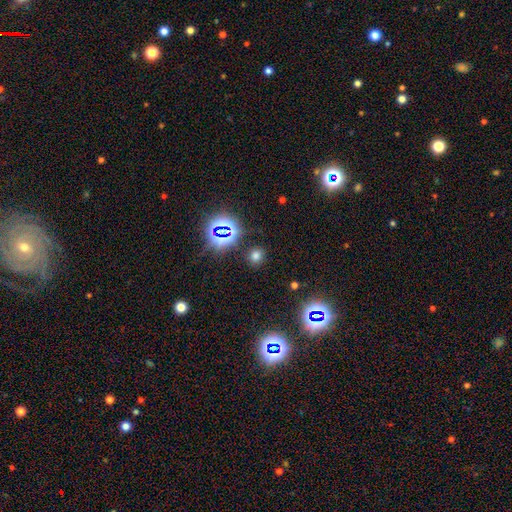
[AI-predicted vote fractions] Morphology: type=smooth (65%); roundness=round (76%); merging=none (86%).